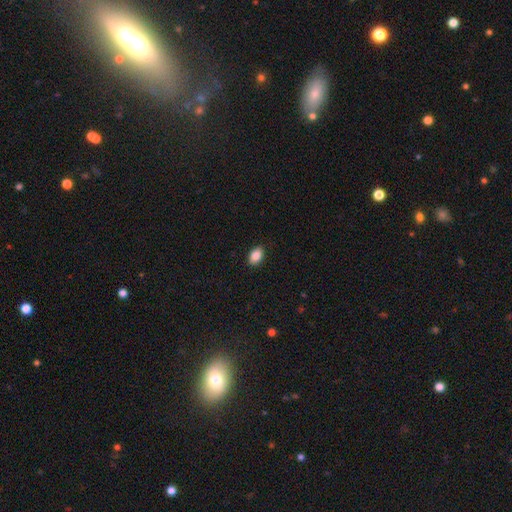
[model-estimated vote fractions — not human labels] smooth_or_featured: smooth (p=0.88) [alt: star or artifact p=0.08]
how_rounded: in between (p=0.88) [alt: round p=0.11]
merging: none (p=0.89) [alt: minor disturbance p=0.08]